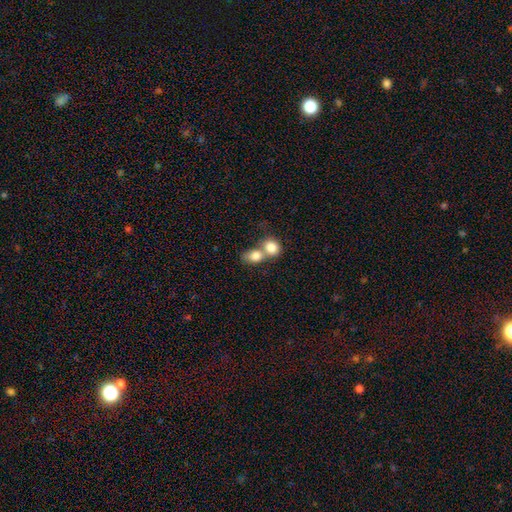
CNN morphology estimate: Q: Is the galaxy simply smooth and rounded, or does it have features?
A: smooth — 81%.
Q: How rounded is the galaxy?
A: in between — 51%.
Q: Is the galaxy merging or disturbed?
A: merger — 67%.